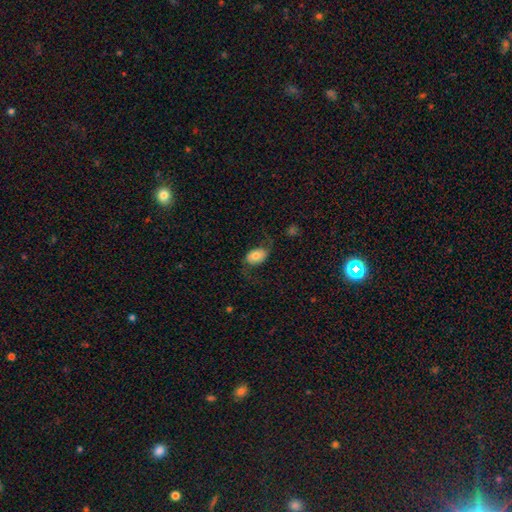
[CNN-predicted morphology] smooth_or_featured: smooth (p=0.53) [alt: featured or disk p=0.39]
how_rounded: in between (p=0.85) [alt: round p=0.13]
merging: none (p=0.61) [alt: minor disturbance p=0.19]